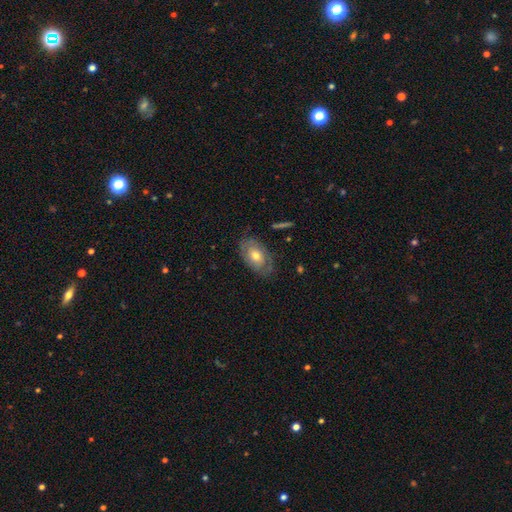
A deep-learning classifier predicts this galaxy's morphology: Smooth or featured: featured or disk — 47% (smooth — 46%)
Merging: none — 72% (minor disturbance — 20%)